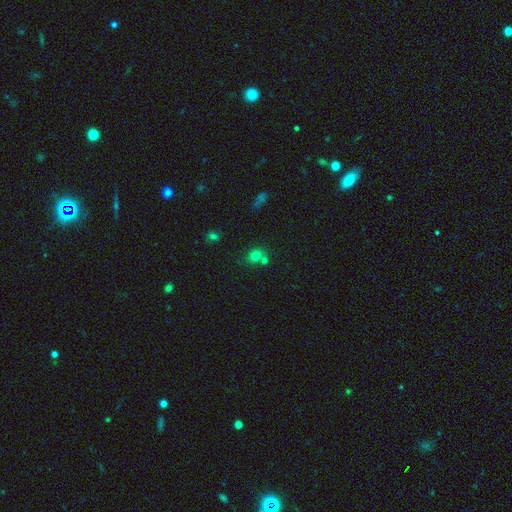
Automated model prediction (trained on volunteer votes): The model was most divided on "merging": none: 48%, merger: 37%, minor disturbance: 11%, major disturbance: 5%. More confident: smooth or featured — smooth (73%); how rounded — round (70%).